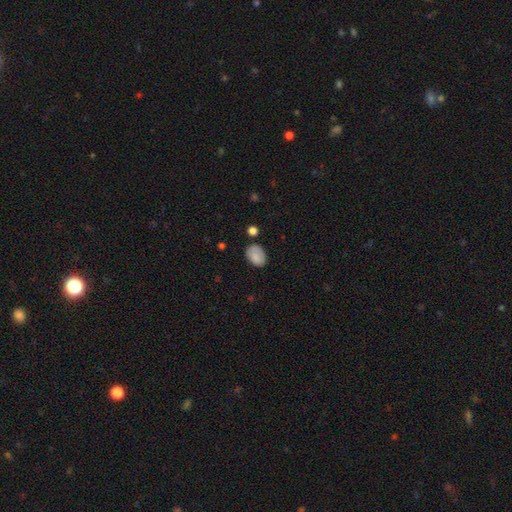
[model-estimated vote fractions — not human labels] Smooth or featured: smooth — 82% (featured or disk — 10%)
How rounded: in between — 82% (round — 17%)
Merging: none — 70% (minor disturbance — 21%)